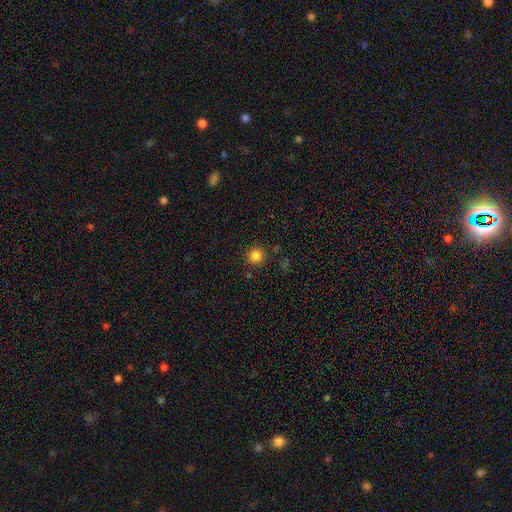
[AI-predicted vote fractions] A smooth galaxy with no disk features (83%) that is round (95%). Merging: none (88%).